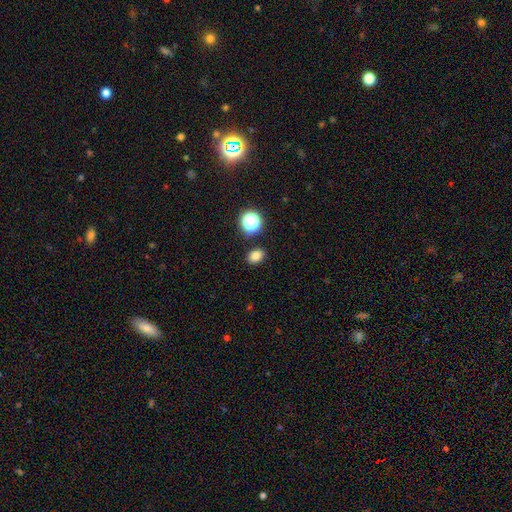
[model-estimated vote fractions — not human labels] Overall: smooth (81%). How rounded: in between (66%; round 33%). Merging: none (86%).